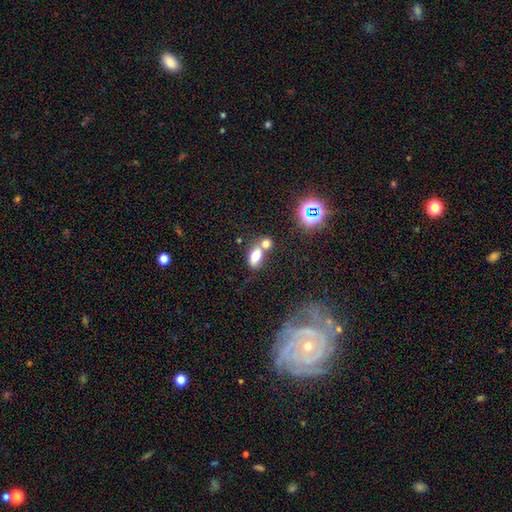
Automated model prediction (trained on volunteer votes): A smooth galaxy with no disk features (71%) that is in between round and cigar-shaped (82%).

Vote fractions:
- Smooth or featured? smooth: 71% / featured or disk: 16% / star or artifact: 12%
- How rounded? in between: 82% / round: 11% / cigar-shaped: 7%
- Merging? merger: 46% / none: 38% / minor disturbance: 11% / major disturbance: 5%